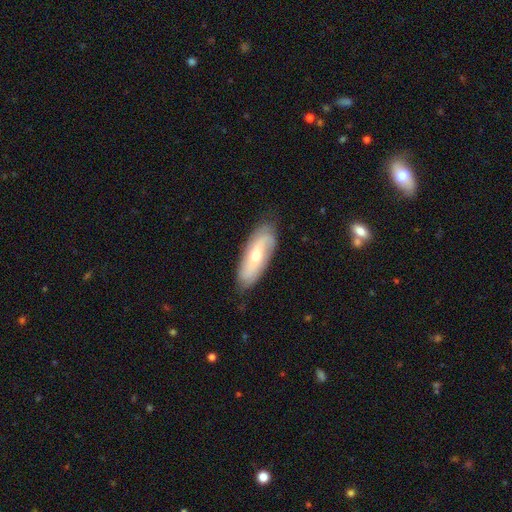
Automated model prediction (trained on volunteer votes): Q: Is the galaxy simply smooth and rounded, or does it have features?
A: featured or disk — 60%.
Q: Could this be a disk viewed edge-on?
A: no — 84%.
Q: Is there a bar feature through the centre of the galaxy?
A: no — 55%.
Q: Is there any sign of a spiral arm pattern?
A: yes — 82%.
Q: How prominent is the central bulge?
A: moderate — 62%.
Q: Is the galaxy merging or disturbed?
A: none — 77%.